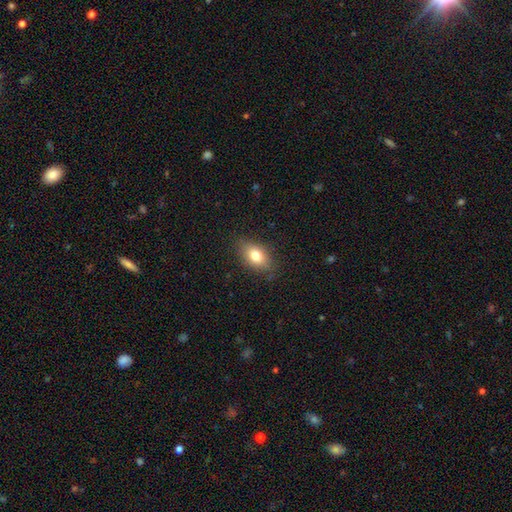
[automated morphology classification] A smooth galaxy with no disk features (78%) that is in between round and cigar-shaped (84%). Merging: none (83%).